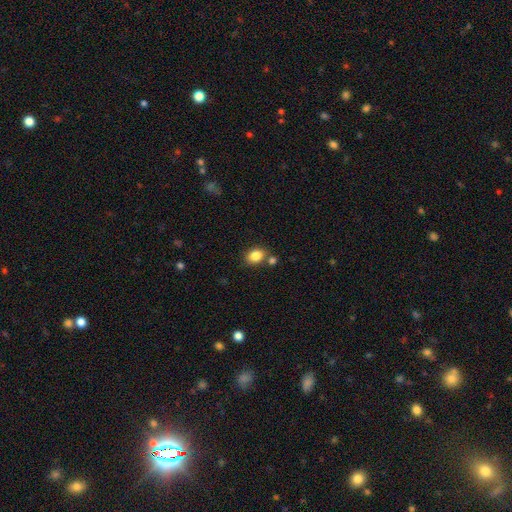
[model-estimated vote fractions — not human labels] smooth-or-featured: smooth: 84% | star or artifact: 9% | featured or disk: 6%
  how-rounded: in between: 64% | round: 35% | cigar-shaped: 1%
  merging: none: 69% | merger: 16% | minor disturbance: 12% | major disturbance: 3%